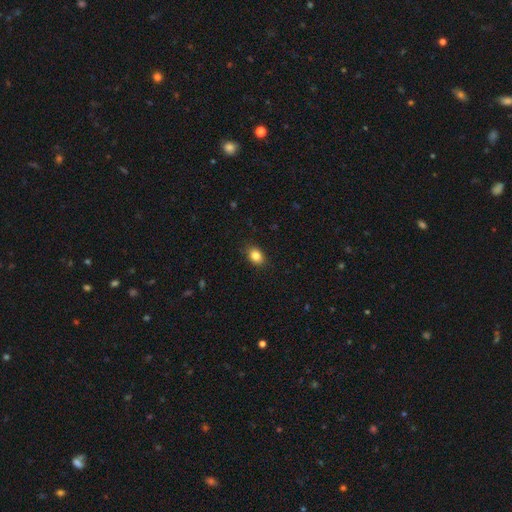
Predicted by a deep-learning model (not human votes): A smooth galaxy with no disk features (84%) that is in between round and cigar-shaped (72%).

Vote fractions:
- Smooth or featured? smooth: 84% / star or artifact: 9% / featured or disk: 6%
- How rounded? in between: 72% / round: 27% / cigar-shaped: 1%
- Merging? none: 86% / minor disturbance: 10% / major disturbance: 2% / merger: 1%